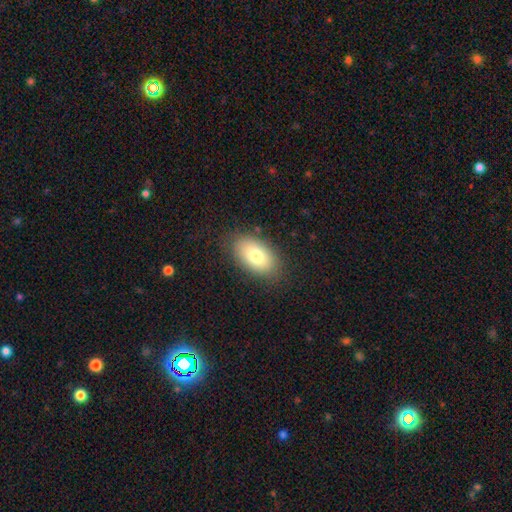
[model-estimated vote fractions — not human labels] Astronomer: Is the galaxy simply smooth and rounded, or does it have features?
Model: smooth — 78%.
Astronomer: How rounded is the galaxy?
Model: in between — 92%.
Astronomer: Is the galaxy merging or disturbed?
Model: none — 84%.